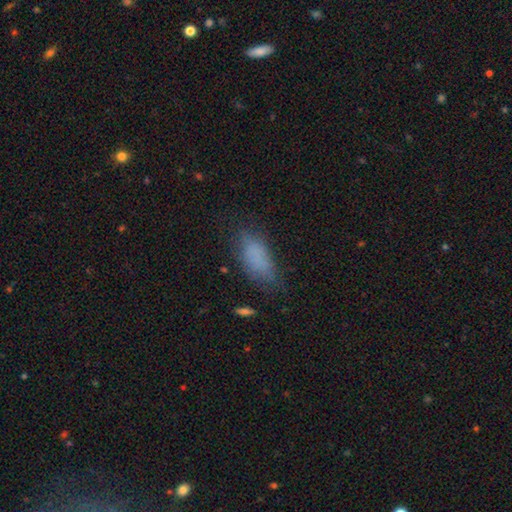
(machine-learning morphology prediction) smooth 79%, star or artifact 11%, featured or disk 10%. Down the decision tree: how rounded — in between (83%); merging — none (65%).